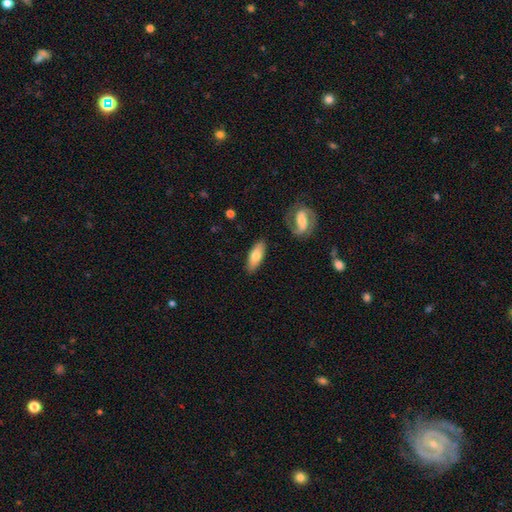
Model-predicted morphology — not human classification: Smooth or featured: smooth — 67% (featured or disk — 27%)
How rounded: in between — 68% (cigar-shaped — 30%)
Merging: none — 85% (minor disturbance — 10%)